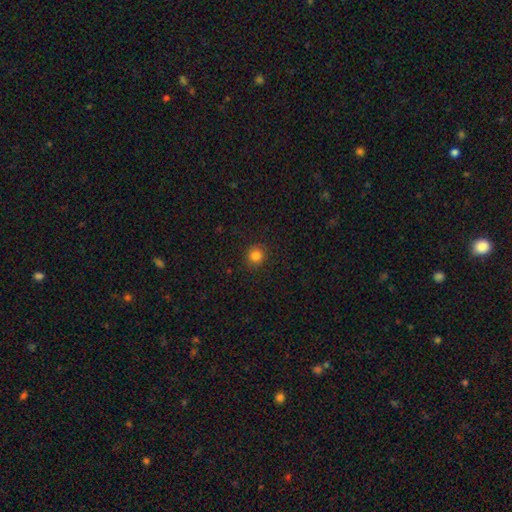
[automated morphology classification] This appears to be a smooth galaxy with no disk features (83%) that is round (92%). Merging: none (91%).